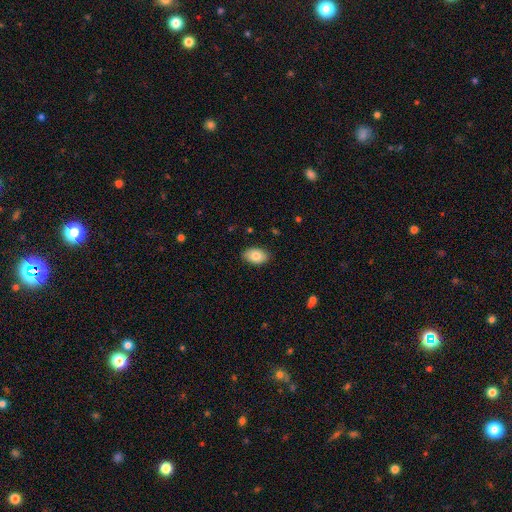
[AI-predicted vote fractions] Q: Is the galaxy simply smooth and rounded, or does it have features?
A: smooth — 82%.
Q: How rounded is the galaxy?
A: in between — 90%.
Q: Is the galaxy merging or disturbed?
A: none — 88%.